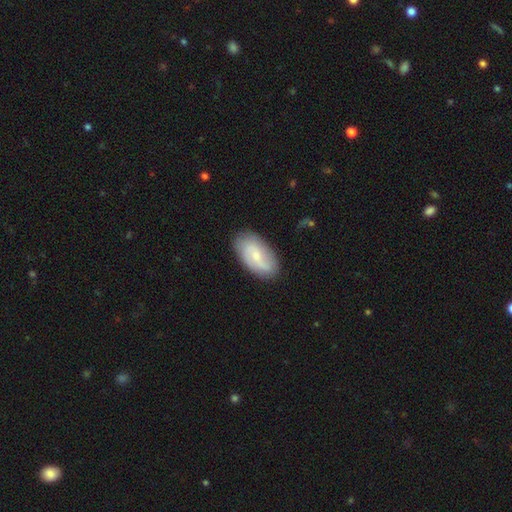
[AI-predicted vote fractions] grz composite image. It shows a featured or disk galaxy (52%). Merging: none (82%).